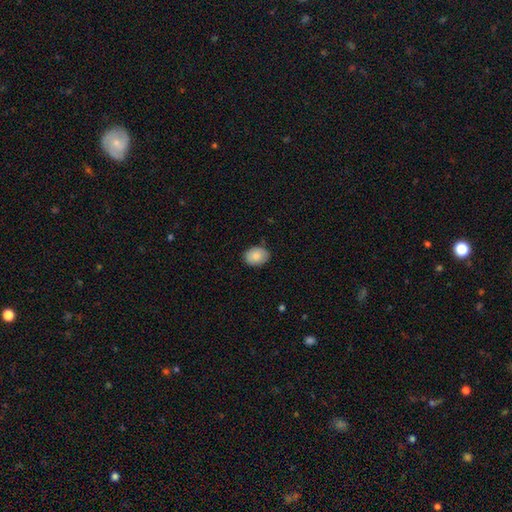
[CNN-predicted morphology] smooth_or_featured: smooth (p=0.84) [alt: featured or disk p=0.09]
how_rounded: in between (p=0.65) [alt: round p=0.34]
merging: none (p=0.83) [alt: minor disturbance p=0.14]